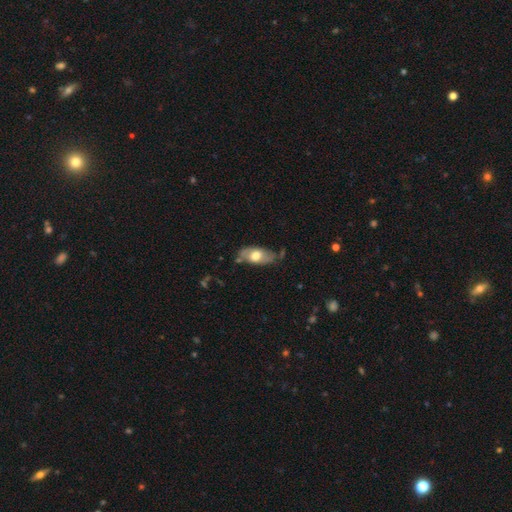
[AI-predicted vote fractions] The model was most divided on "smooth or featured": smooth: 57%, featured or disk: 37%, star or artifact: 6%. More confident: how rounded — in between (89%); merging — none (59%).